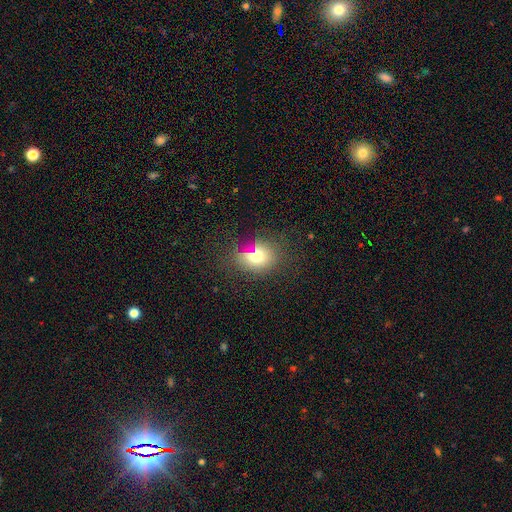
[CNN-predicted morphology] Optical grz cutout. It shows a smooth galaxy with no disk features (70%) that is round (52%). Merging: none (65%).